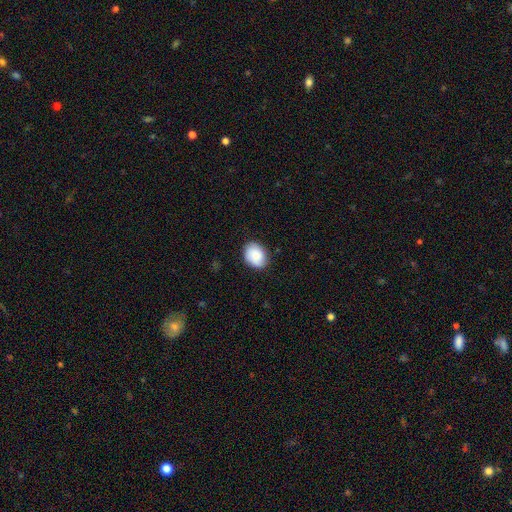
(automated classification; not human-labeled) This appears to be a smooth galaxy with no disk features (75%) that is in between round and cigar-shaped (63%). Merging: none (81%).